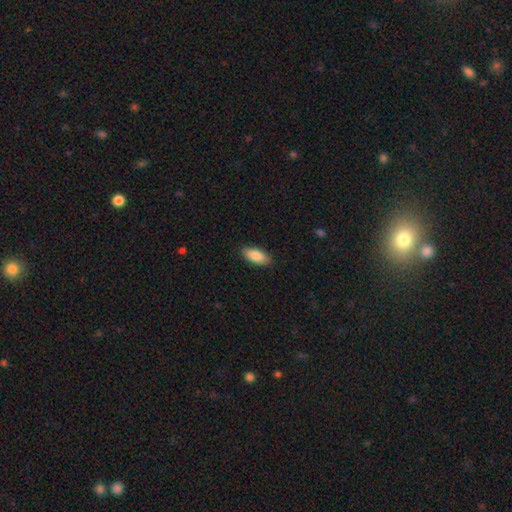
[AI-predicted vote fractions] Overall: smooth (87%). How rounded: in between (89%). Merging: none (89%).